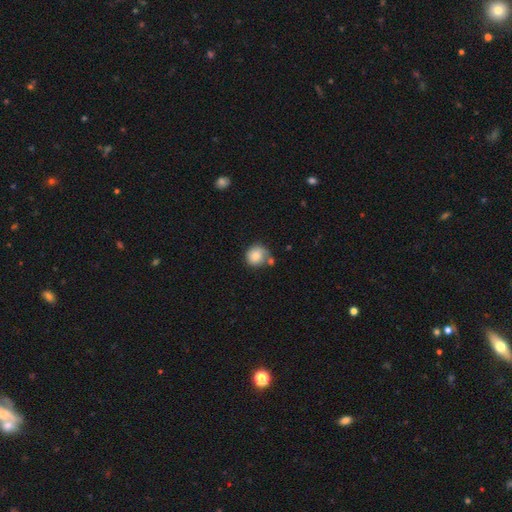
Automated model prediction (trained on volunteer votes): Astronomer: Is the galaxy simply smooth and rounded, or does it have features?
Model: smooth — 81%.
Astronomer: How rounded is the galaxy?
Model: round — 87%.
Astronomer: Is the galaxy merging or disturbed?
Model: none — 54%.